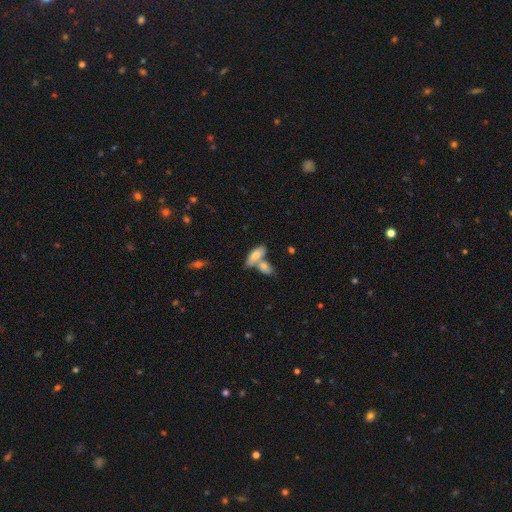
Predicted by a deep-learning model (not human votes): Smooth or featured: smooth — 73% (featured or disk — 21%)
How rounded: in between — 76% (cigar-shaped — 20%)
Merging: merger — 52% (none — 36%)